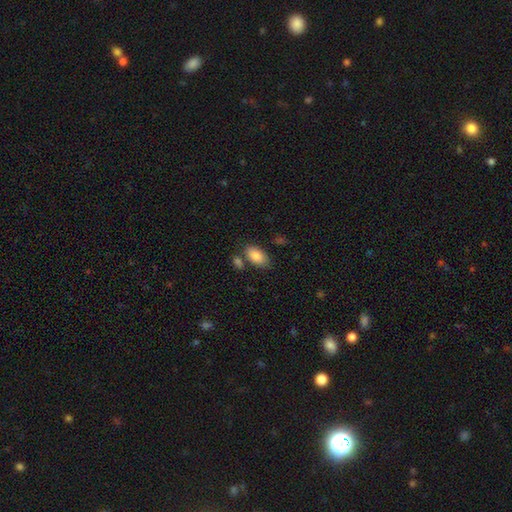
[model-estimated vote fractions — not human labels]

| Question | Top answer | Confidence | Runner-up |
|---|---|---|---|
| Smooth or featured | smooth | 86% | featured or disk (8%) |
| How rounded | in between | 94% | round (4%) |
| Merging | none | 71% | minor disturbance (13%) |